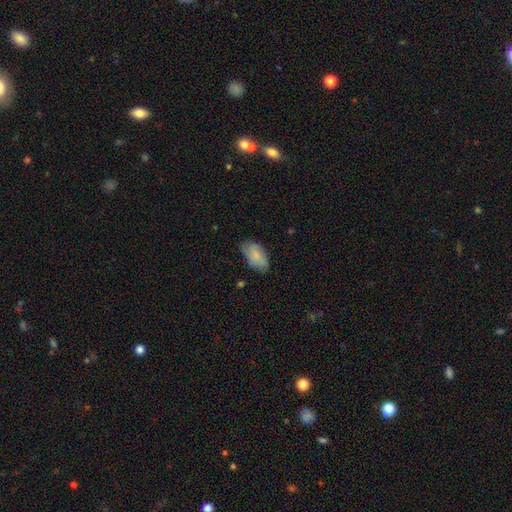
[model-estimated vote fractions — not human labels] smooth 75%, featured or disk 19%, star or artifact 6%. Down the decision tree: how rounded — in between (94%); merging — none (72%).